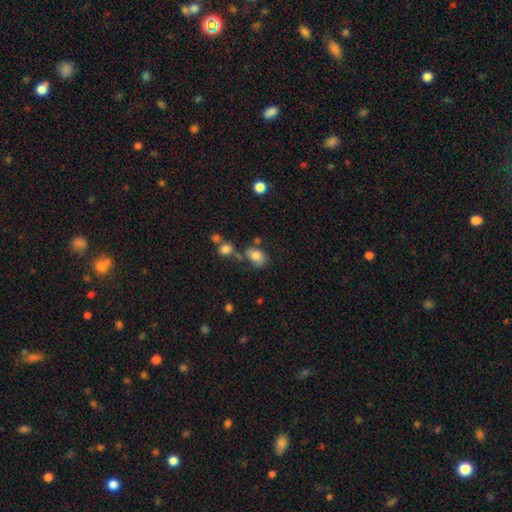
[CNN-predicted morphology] Smooth or featured? smooth (76%)
How rounded? in between (68%)
Merging? none (45%)